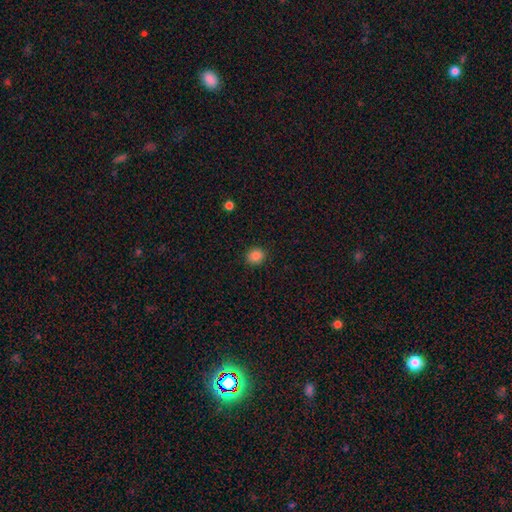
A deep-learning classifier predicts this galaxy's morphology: smooth-or-featured: smooth: 86% | star or artifact: 11% | featured or disk: 3%
  how-rounded: round: 80% | in between: 20% | cigar-shaped: 1%
  merging: none: 91% | minor disturbance: 6% | major disturbance: 2% | merger: 1%